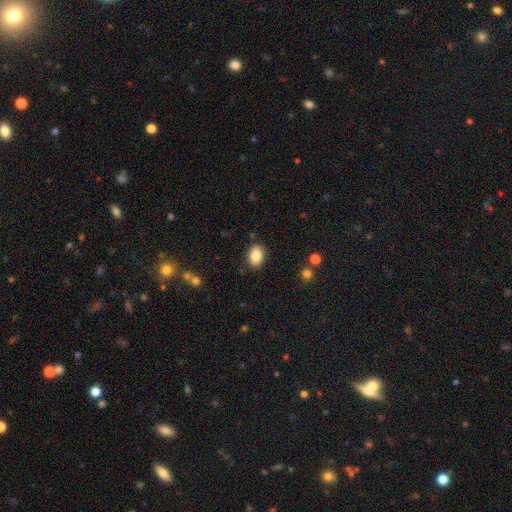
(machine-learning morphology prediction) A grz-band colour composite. It shows a smooth galaxy with no disk features (86%) that is in between round and cigar-shaped (79%). Merging: none (86%).